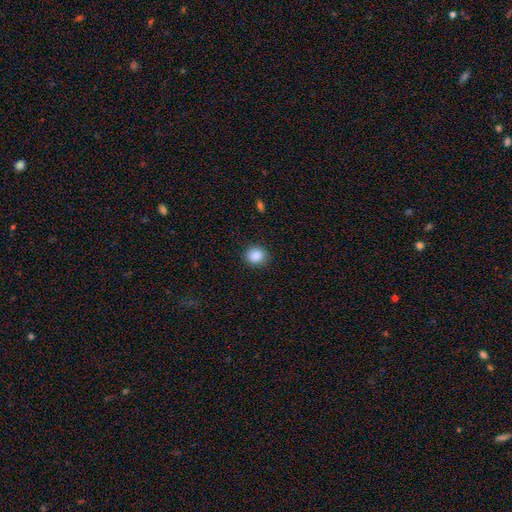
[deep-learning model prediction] This is clearly a smooth galaxy (88%). How rounded: likely round (75%). Merging: clearly none (88%).